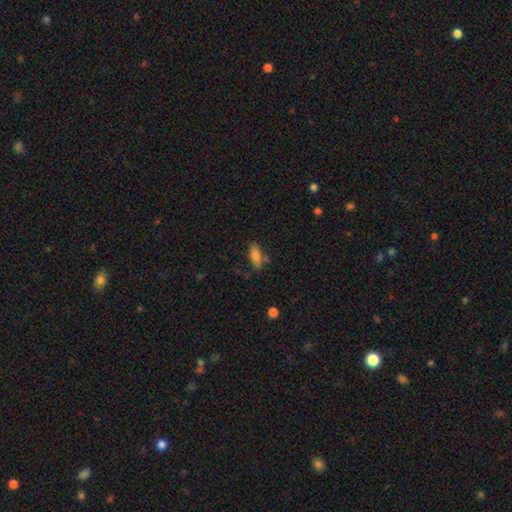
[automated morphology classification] smooth_or_featured: smooth (p=0.81) [alt: featured or disk p=0.11]
how_rounded: in between (p=0.78) [alt: cigar-shaped p=0.19]
merging: none (p=0.67) [alt: minor disturbance p=0.20]